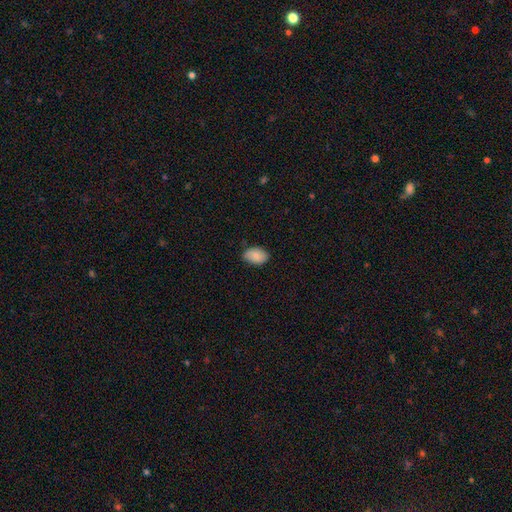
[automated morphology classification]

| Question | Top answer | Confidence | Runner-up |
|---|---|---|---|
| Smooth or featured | smooth | 82% | featured or disk (11%) |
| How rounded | in between | 88% | round (10%) |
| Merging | none | 80% | minor disturbance (17%) |